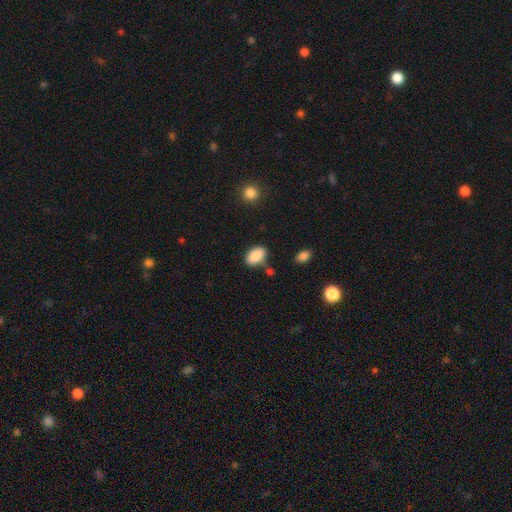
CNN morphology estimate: smooth 89%, star or artifact 7%, featured or disk 4%. Down the decision tree: how rounded — in between (92%); merging — none (76%).